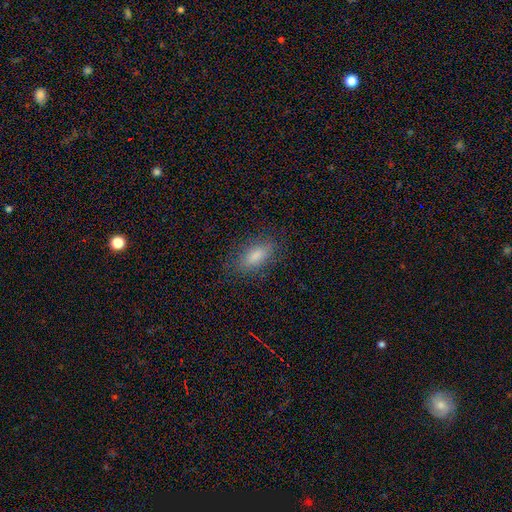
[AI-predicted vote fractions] The model was most divided on "how rounded": in between: 81%, cigar-shaped: 15%, round: 4%. More confident: merging — none (82%); smooth or featured — smooth (78%).